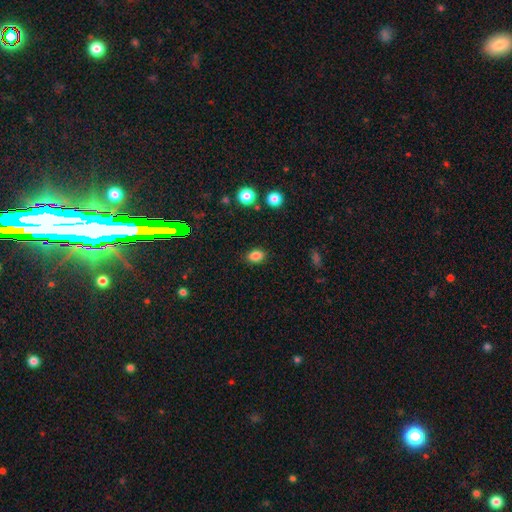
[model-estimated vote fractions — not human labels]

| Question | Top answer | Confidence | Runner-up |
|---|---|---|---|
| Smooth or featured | smooth | 84% | star or artifact (11%) |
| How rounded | in between | 76% | round (23%) |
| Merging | none | 87% | minor disturbance (9%) |